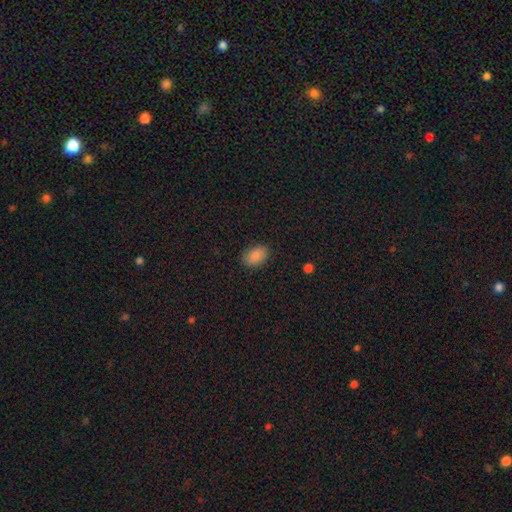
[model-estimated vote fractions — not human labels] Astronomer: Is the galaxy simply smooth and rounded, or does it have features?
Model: smooth — 88%.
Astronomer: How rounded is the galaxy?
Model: in between — 90%.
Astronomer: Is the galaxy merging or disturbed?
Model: none — 86%.